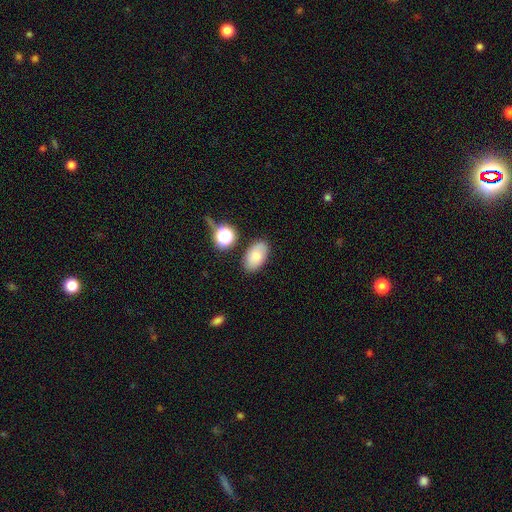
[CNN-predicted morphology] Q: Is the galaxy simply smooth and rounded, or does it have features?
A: smooth — 80%.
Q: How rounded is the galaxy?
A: in between — 93%.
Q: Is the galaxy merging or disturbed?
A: none — 81%.